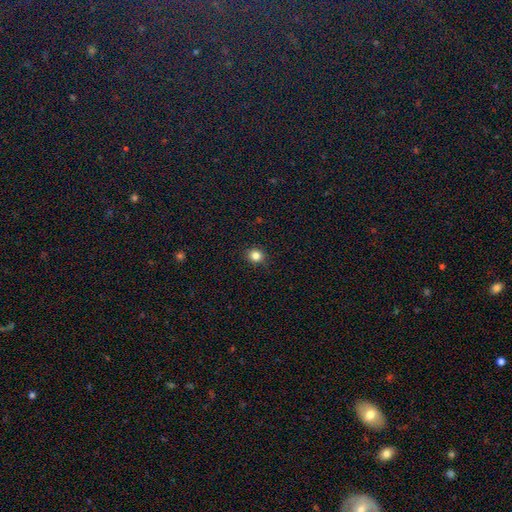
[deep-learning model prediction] This is clearly a smooth galaxy (83%). How rounded: clearly round (85%). Merging: clearly none (89%).